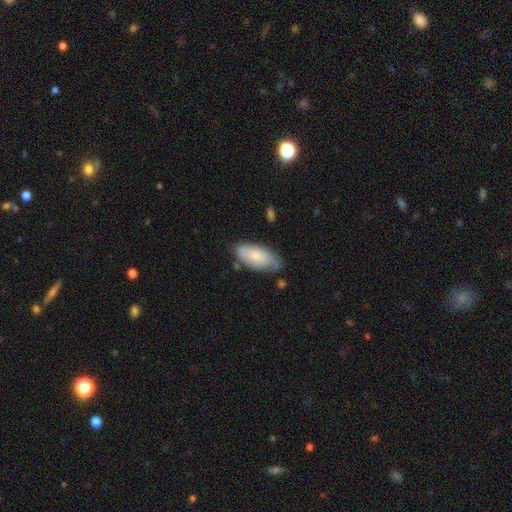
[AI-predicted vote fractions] Smooth or featured: smooth — 68% (featured or disk — 26%)
How rounded: in between — 91% (cigar-shaped — 7%)
Merging: none — 65% (minor disturbance — 27%)